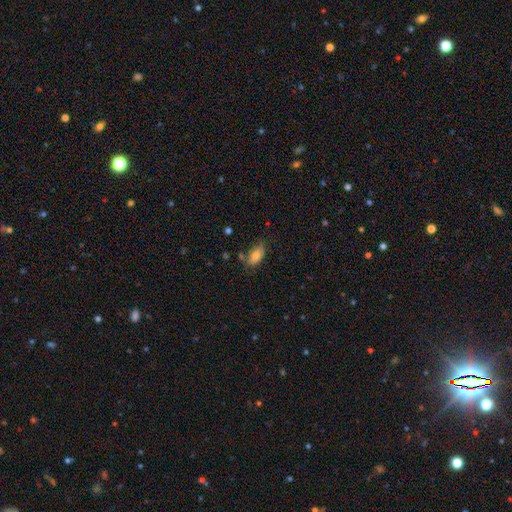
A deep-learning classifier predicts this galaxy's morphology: Smooth or featured?
  - smooth: 79% *
  - featured or disk: 14%
  - star or artifact: 8%
How rounded?
  - in between: 90% *
  - cigar-shaped: 7%
  - round: 3%
Merging?
  - none: 67% *
  - minor disturbance: 22%
  - merger: 6%
  - major disturbance: 5%